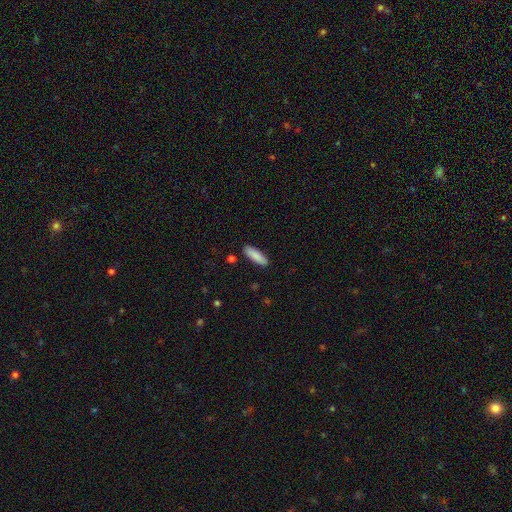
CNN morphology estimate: smooth-or-featured: smooth: 87% | featured or disk: 7% | star or artifact: 6%
  how-rounded: in between: 50% | cigar-shaped: 49% | round: 2%
  merging: none: 87% | minor disturbance: 9% | major disturbance: 2% | merger: 2%